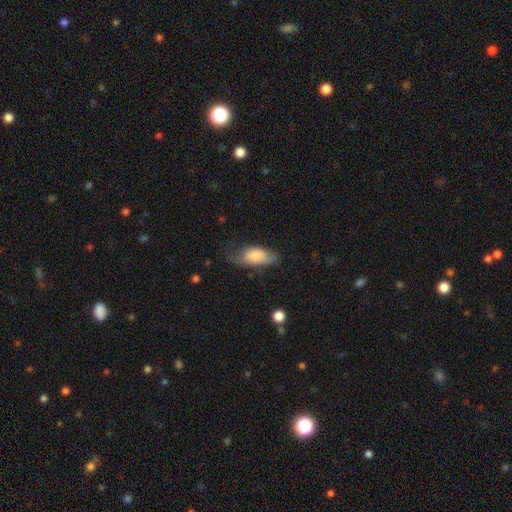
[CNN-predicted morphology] This is likely a smooth galaxy (74%). How rounded: clearly in between (88%). Merging: marginally none (44%).